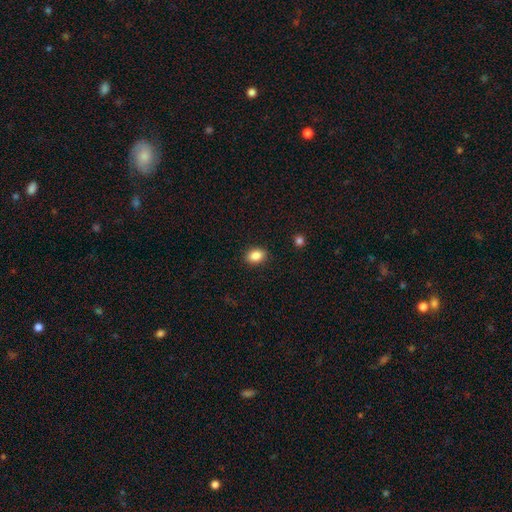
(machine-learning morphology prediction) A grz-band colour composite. It shows a smooth galaxy with no disk features (87%) that is in between round and cigar-shaped (76%). Merging: none (90%).